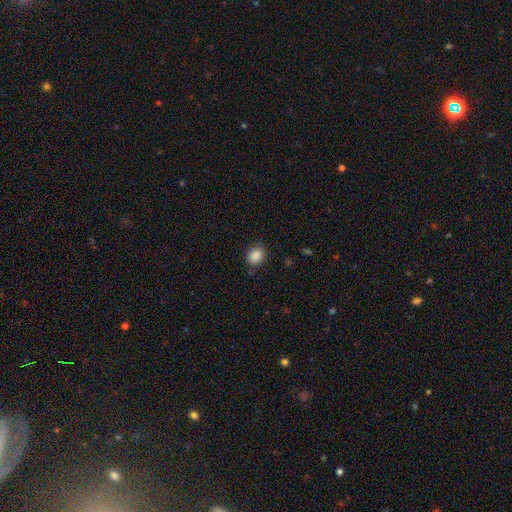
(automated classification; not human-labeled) Smooth or featured?
  - smooth: 88% *
  - star or artifact: 9%
  - featured or disk: 3%
How rounded?
  - in between: 54% *
  - round: 45%
  - cigar-shaped: 1%
Merging?
  - none: 85% *
  - minor disturbance: 11%
  - major disturbance: 3%
  - merger: 1%